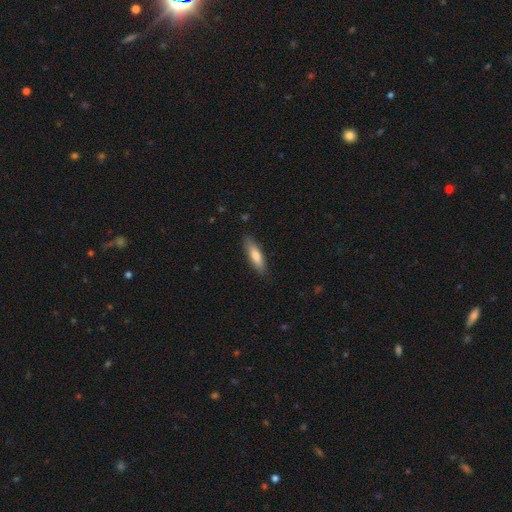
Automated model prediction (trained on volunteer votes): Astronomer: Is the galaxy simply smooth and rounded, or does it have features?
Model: smooth — 73%.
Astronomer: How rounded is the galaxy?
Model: cigar-shaped — 62%.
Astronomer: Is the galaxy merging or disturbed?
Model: none — 86%.